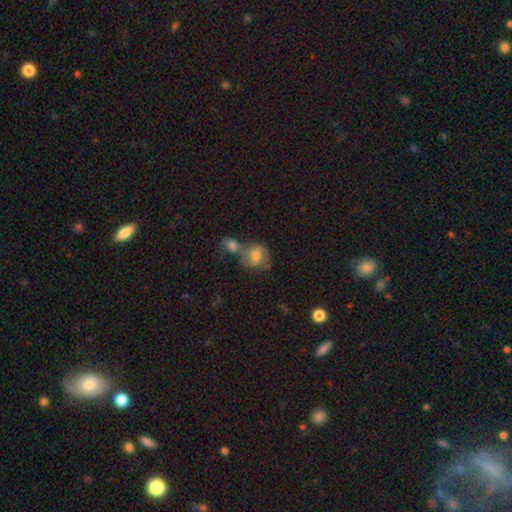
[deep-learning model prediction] Overall: smooth (48%; featured or disk 41%). Merging: merger (45%; none 36%).